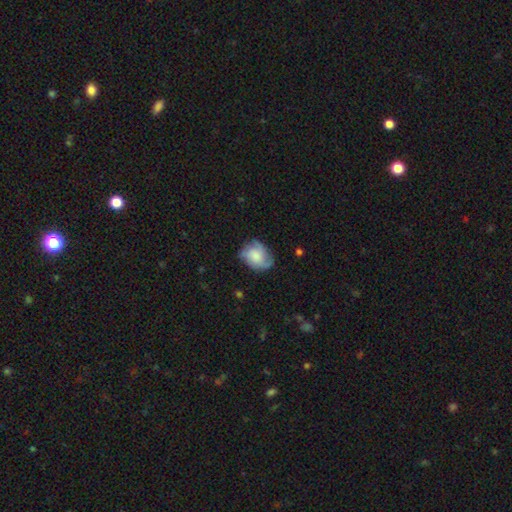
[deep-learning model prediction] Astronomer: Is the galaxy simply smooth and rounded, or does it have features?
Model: smooth — 47% (runner-up: featured or disk, 45%).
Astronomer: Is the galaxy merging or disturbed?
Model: none — 62%.